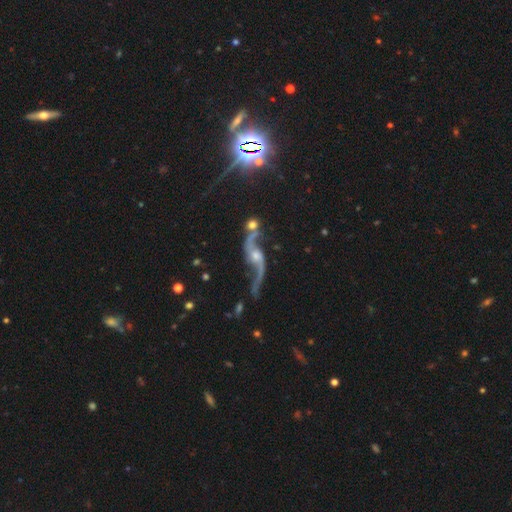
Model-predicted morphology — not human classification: Q: Smooth or featured?
A: featured or disk (89%); runner-up: star or artifact (7%)
Q: Edge-on disk?
A: no (92%); runner-up: yes (8%)
Q: Bar?
A: no (58%); runner-up: weak (31%)
Q: Spiral arms?
A: yes (96%); runner-up: no (4%)
Q: Spiral winding?
A: loose (91%); runner-up: medium (7%)
Q: Spiral arm count?
A: 2 (94%); runner-up: 1 (2%)
Q: Bulge size?
A: moderate (45%); runner-up: small (38%)
Q: Merging?
A: none (53%); runner-up: merger (18%)